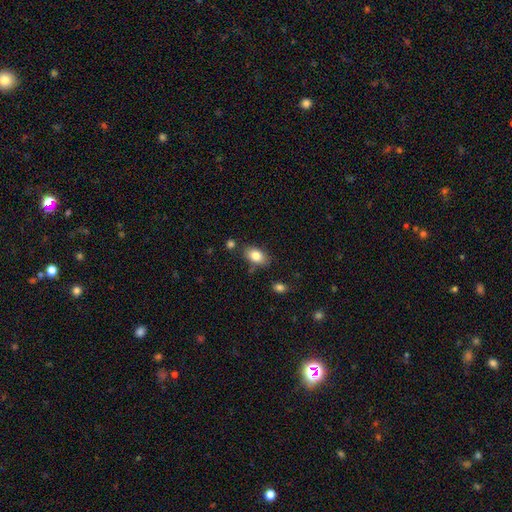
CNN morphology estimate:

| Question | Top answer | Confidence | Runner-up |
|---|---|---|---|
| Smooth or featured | smooth | 82% | featured or disk (10%) |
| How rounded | in between | 88% | round (10%) |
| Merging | none | 77% | minor disturbance (15%) |